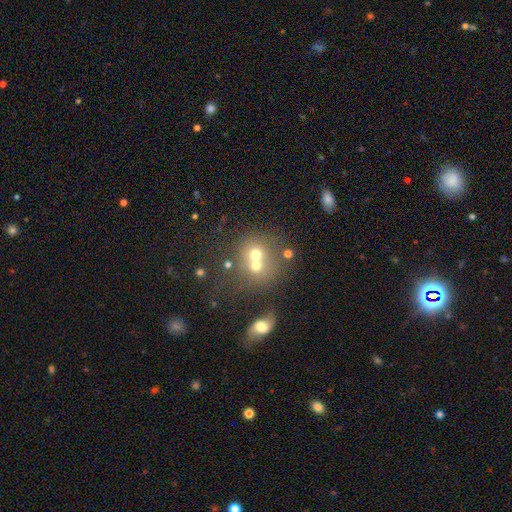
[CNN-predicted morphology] smooth-or-featured: smooth: 58% | featured or disk: 24% | star or artifact: 18%
  how-rounded: round: 78% | in between: 21% | cigar-shaped: 1%
  merging: merger: 52% | none: 34% | minor disturbance: 8% | major disturbance: 5%